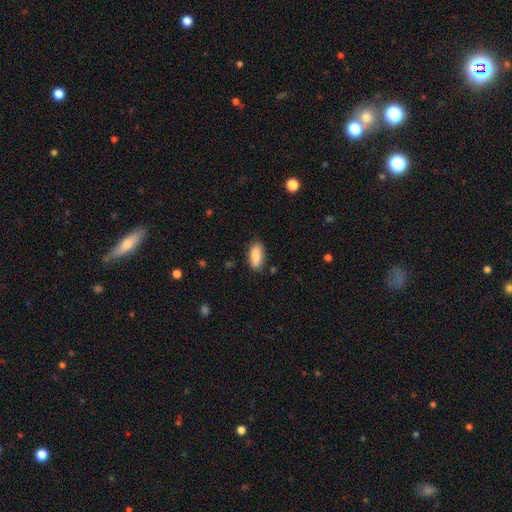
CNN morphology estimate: This is clearly a smooth galaxy (85%). How rounded: clearly in between (85%). Merging: clearly none (83%).